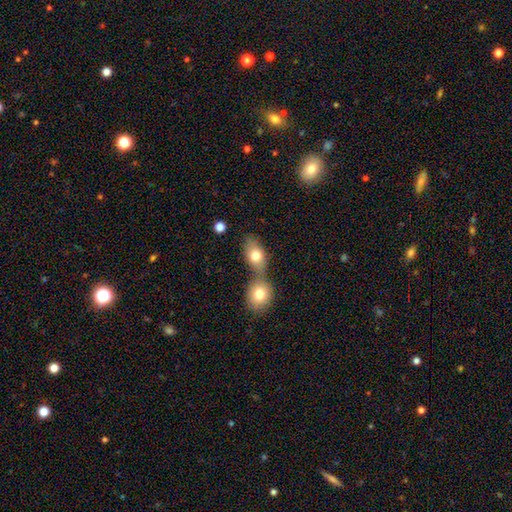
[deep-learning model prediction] smooth_or_featured: smooth (p=0.77) [alt: featured or disk p=0.14]
how_rounded: in between (p=0.69) [alt: round p=0.28]
merging: merger (p=0.52) [alt: none p=0.35]